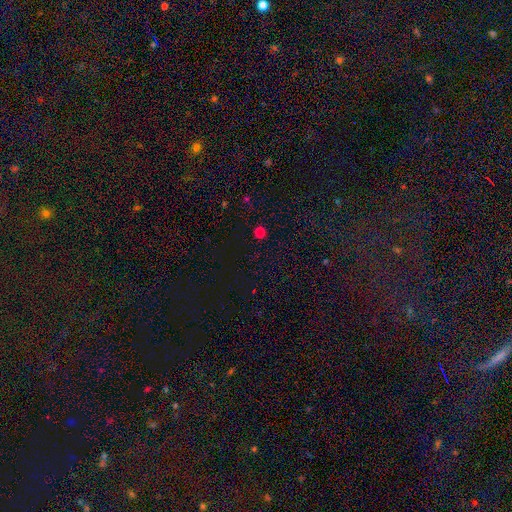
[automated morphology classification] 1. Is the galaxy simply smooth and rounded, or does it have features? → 52% smooth, 44% star or artifact, 5% featured or disk.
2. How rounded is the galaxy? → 90% round, 8% in between, 1% cigar-shaped.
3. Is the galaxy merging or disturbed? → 90% none, 5% minor disturbance, 3% major disturbance, 2% merger.